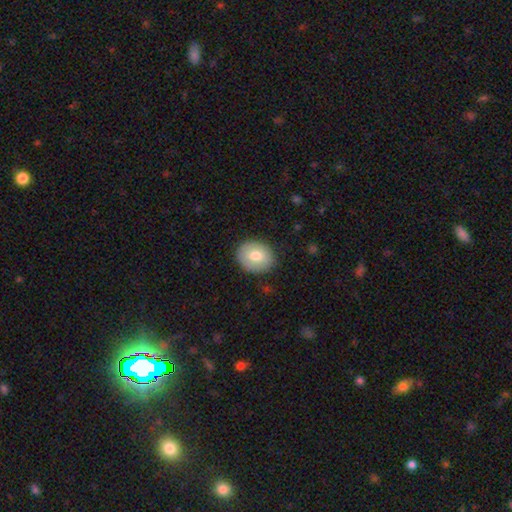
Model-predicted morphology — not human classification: Smooth or featured? Predicted: smooth (p=0.75). How rounded? Predicted: round (p=0.61). Merging? Predicted: none (p=0.86).